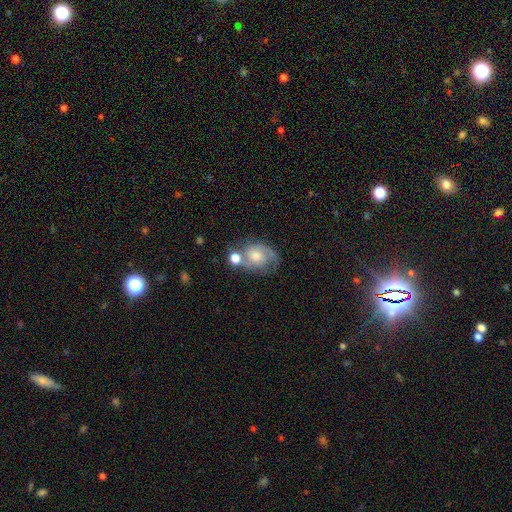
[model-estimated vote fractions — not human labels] A featured or disk galaxy (59%) with no bar (69%), spiral arms (84%) and a moderate central bulge (46%).

Vote fractions:
- Smooth or featured? featured or disk: 59% / smooth: 32% / star or artifact: 9%
- Edge-on disk? no: 97% / yes: 3%
- Bar? no: 69% / weak: 27% / strong: 4%
- Spiral arms? yes: 84% / no: 16%
- Bulge size? moderate: 46% / small: 37% / large: 8% / none: 6% / dominant: 2%
- Merging? none: 44% / merger: 25% / minor disturbance: 20% / major disturbance: 11%